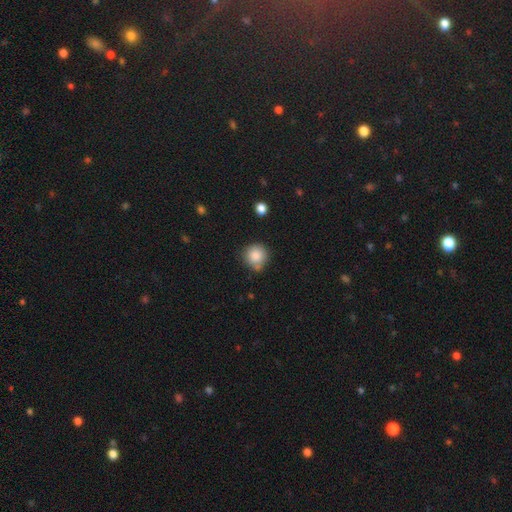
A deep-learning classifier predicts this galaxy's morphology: Q: Smooth or featured?
A: smooth (86%); runner-up: star or artifact (9%)
Q: How rounded?
A: round (92%); runner-up: in between (7%)
Q: Merging?
A: none (71%); runner-up: minor disturbance (17%)